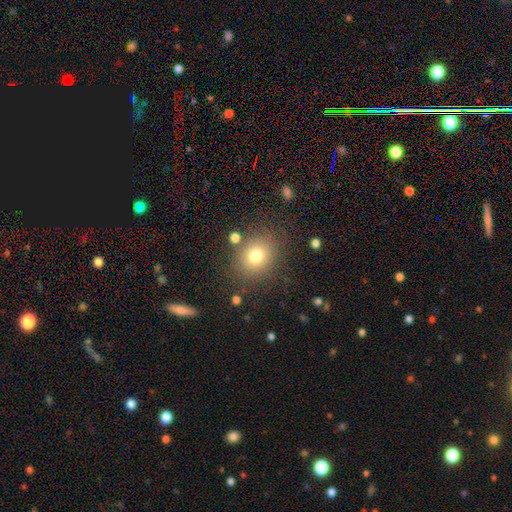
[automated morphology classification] Smooth or featured? smooth (76%)
How rounded? round (69%)
Merging? none (80%)